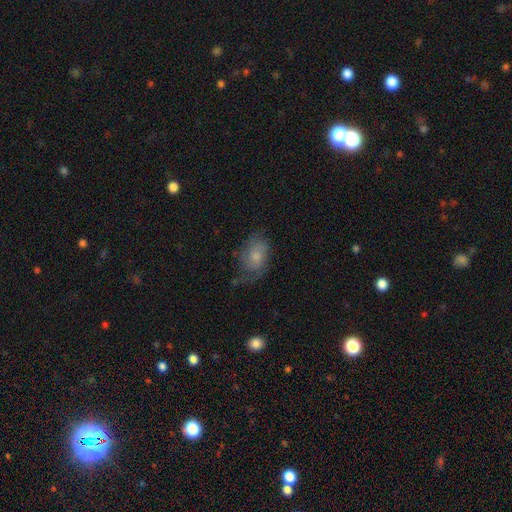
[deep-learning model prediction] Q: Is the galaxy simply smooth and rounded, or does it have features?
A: smooth — 47%.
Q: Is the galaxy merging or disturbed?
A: none — 51%.